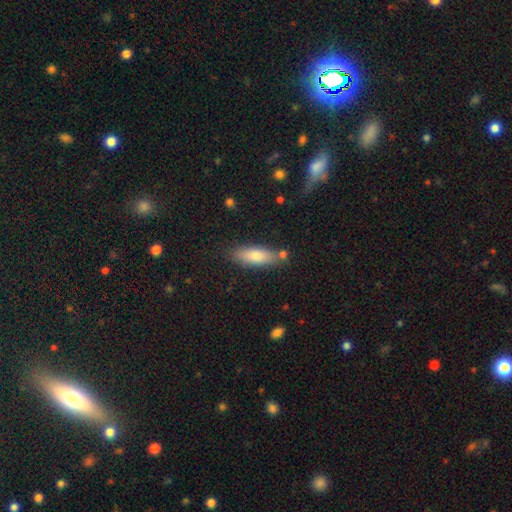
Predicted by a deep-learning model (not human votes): smooth-or-featured: smooth: 75% | featured or disk: 17% | star or artifact: 8%
  how-rounded: in between: 56% | cigar-shaped: 42% | round: 2%
  merging: none: 79% | minor disturbance: 13% | merger: 5% | major disturbance: 3%